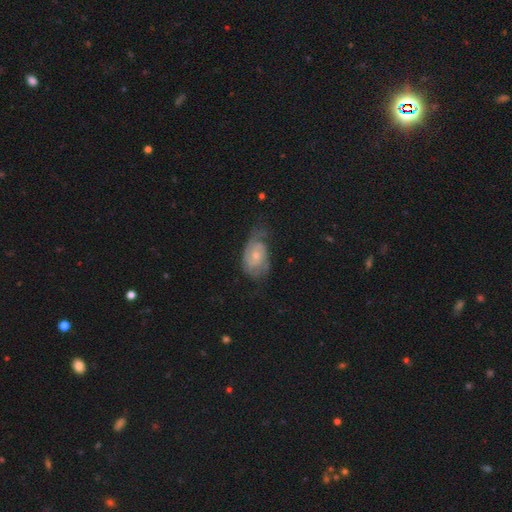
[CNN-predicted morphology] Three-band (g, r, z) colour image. It shows a featured or disk galaxy (79%) with no bar (68%), 2 (60%) tight (54%) spiral arms (94%) and a small central bulge (51%). Merging: none (54%).